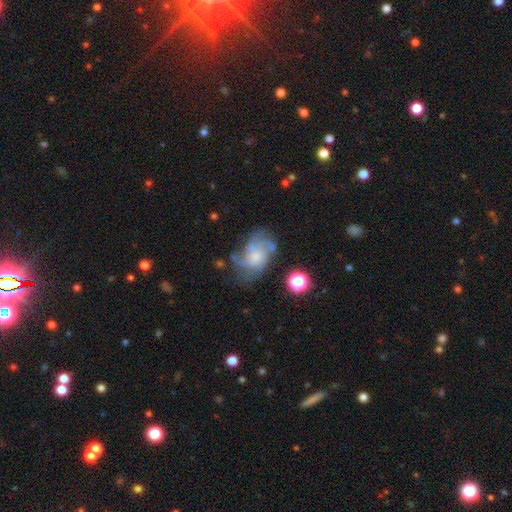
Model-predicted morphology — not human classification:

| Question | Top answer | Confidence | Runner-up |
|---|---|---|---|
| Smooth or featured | featured or disk | 64% | smooth (24%) |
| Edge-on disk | no | 97% | yes (3%) |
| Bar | no | 76% | weak (22%) |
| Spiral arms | yes | 78% | no (22%) |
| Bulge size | small | 47% | moderate (32%) |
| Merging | none | 48% | minor disturbance (24%) |